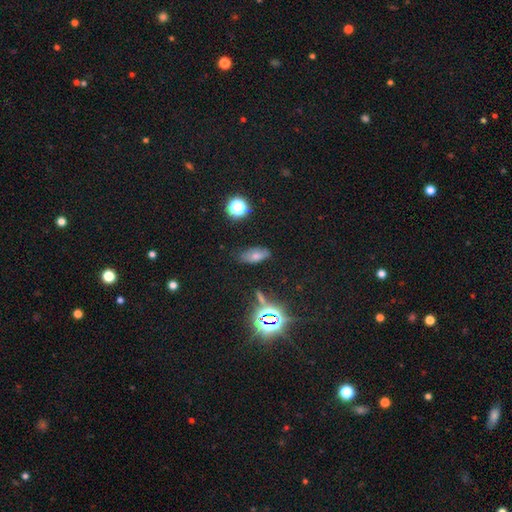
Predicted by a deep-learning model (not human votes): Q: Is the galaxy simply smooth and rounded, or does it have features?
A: smooth — 61%.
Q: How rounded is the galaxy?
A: in between — 85%.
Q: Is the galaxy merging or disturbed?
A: none — 74%.